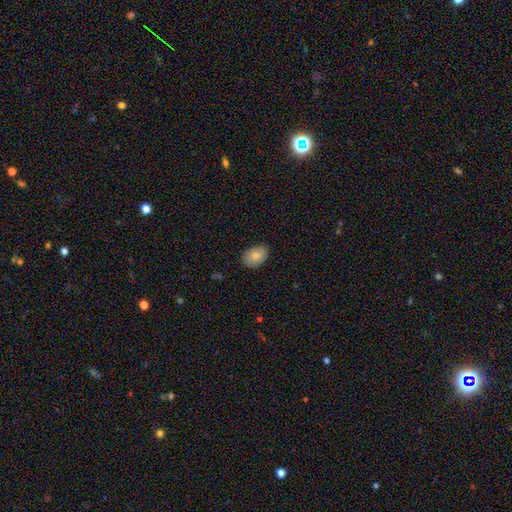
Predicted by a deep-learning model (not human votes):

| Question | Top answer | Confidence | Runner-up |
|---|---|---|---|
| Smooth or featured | smooth | 84% | featured or disk (9%) |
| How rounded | in between | 85% | round (14%) |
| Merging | none | 83% | minor disturbance (14%) |